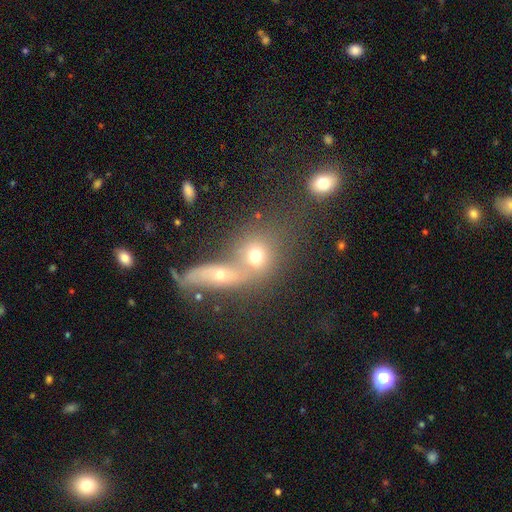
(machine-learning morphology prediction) Overall: smooth (68%). How rounded: round (67%; in between 30%). Merging: merger (54%; none 34%).